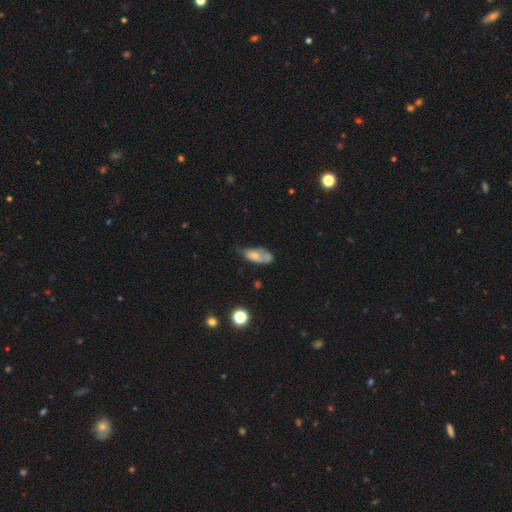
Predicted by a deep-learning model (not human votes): A smooth galaxy with no disk features (59%) that is in between round and cigar-shaped (86%). Merging: minor disturbance (35%).